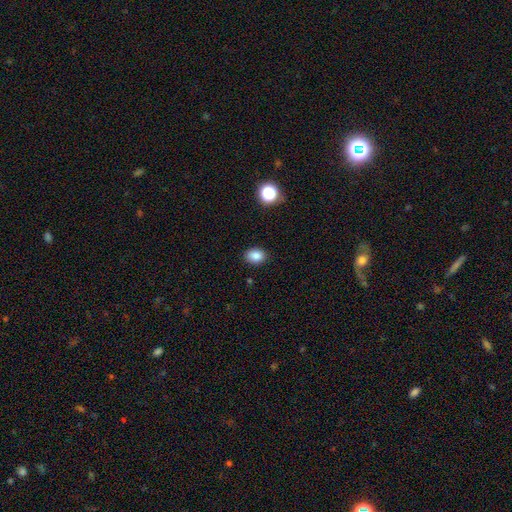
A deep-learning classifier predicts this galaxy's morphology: The model was most divided on "how rounded": in between: 64%, round: 35%, cigar-shaped: 1%. More confident: merging — none (88%); smooth or featured — smooth (85%).